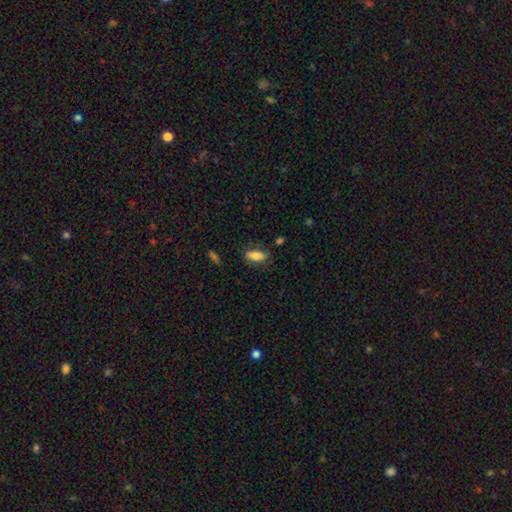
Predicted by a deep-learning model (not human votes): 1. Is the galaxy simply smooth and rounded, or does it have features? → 78% smooth, 14% featured or disk, 7% star or artifact.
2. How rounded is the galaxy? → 83% in between, 14% cigar-shaped, 3% round.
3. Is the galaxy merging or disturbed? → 77% none, 17% minor disturbance, 5% major disturbance, 2% merger.